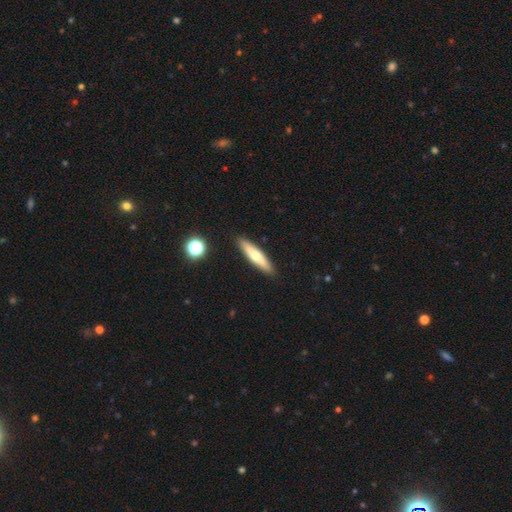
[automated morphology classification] Smooth or featured?
  - smooth: 53% *
  - featured or disk: 41%
  - star or artifact: 6%
How rounded?
  - cigar-shaped: 75% *
  - in between: 23%
  - round: 2%
Merging?
  - none: 90% *
  - minor disturbance: 7%
  - major disturbance: 2%
  - merger: 1%